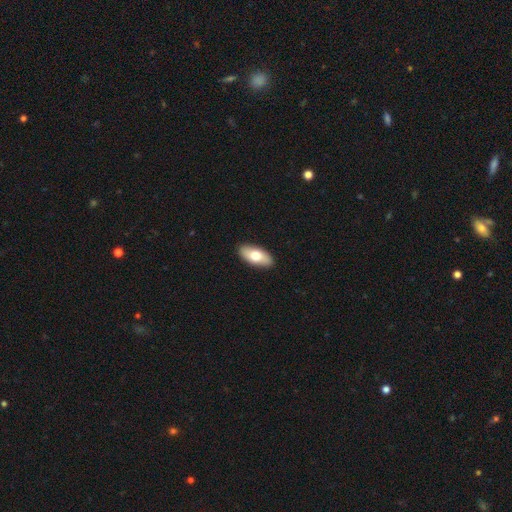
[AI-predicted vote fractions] Morphology: type=smooth (71%); roundness=in between (88%); merging=none (90%).